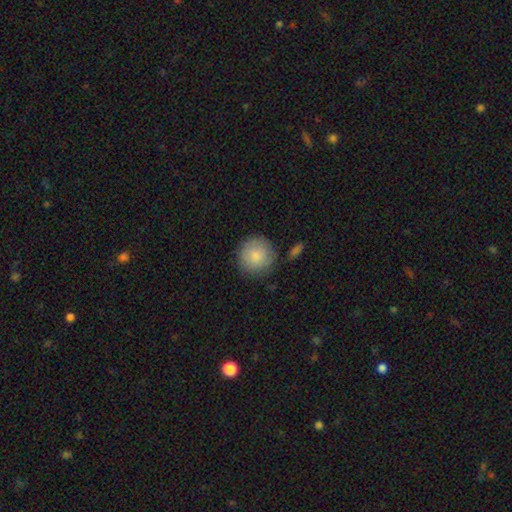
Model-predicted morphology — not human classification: A smooth galaxy with no disk features (84%) that is round (93%).

Vote fractions:
- Smooth or featured? smooth: 84% / featured or disk: 10% / star or artifact: 6%
- How rounded? round: 93% / in between: 6% / cigar-shaped: 1%
- Merging? none: 78% / minor disturbance: 14% / major disturbance: 4% / merger: 4%